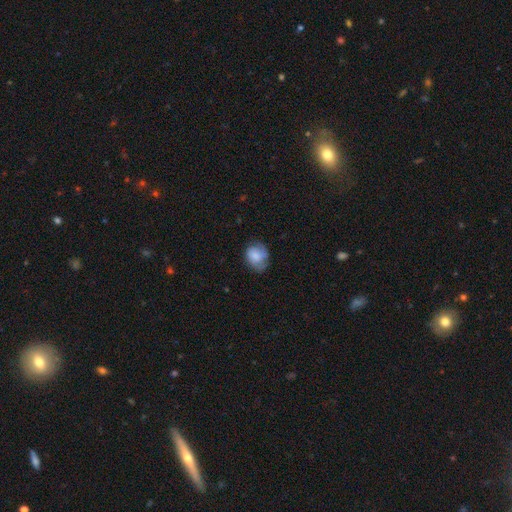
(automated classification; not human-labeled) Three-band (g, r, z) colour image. It shows a smooth galaxy with no disk features (70%) that is round (61%). Merging: none (60%).